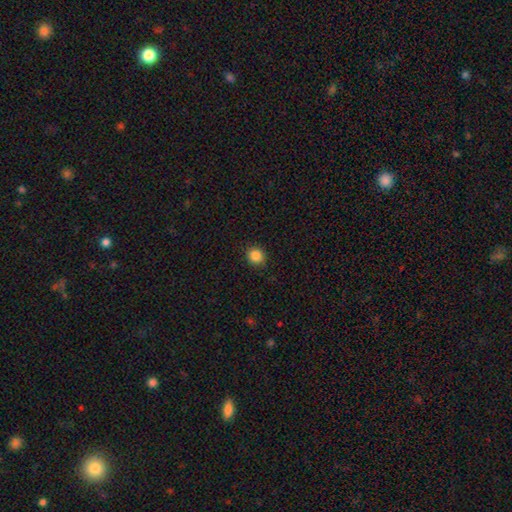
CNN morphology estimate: Smooth or featured? smooth (86%)
How rounded? round (87%)
Merging? none (89%)